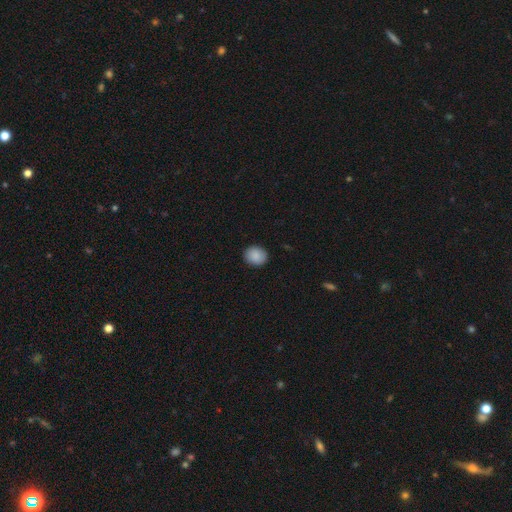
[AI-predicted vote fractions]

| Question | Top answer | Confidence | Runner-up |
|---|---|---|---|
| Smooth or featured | smooth | 89% | star or artifact (7%) |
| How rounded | round | 70% | in between (29%) |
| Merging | none | 90% | minor disturbance (7%) |